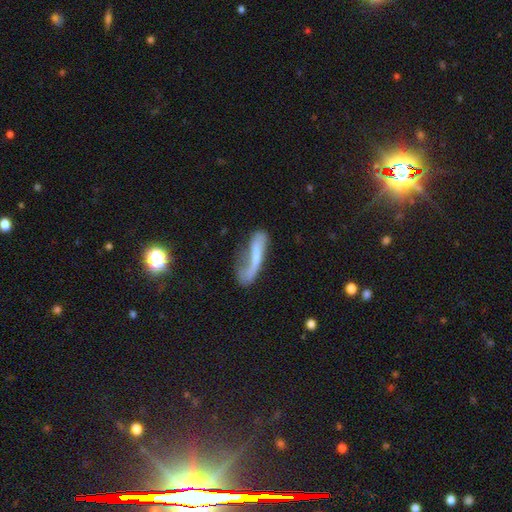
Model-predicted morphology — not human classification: Smooth or featured? Predicted: smooth (p=0.46). Merging? Predicted: major disturbance (p=0.33, tied with none).